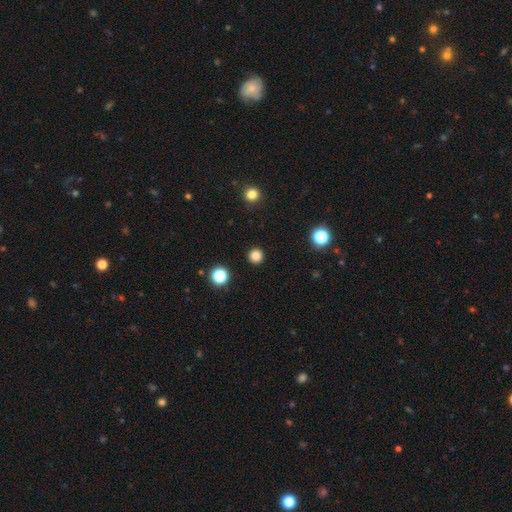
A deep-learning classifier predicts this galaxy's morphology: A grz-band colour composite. It shows a smooth galaxy with no disk features (83%) that is round (96%). Merging: none (93%).